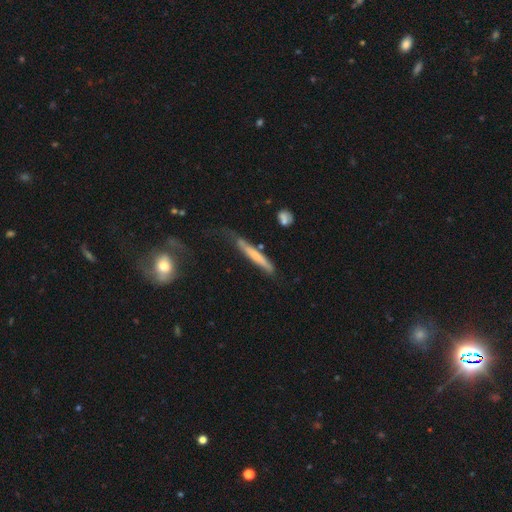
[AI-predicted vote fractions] Smooth or featured? Predicted: smooth (p=0.51). How rounded? Predicted: cigar-shaped (p=0.94). Merging? Predicted: none (p=0.53).